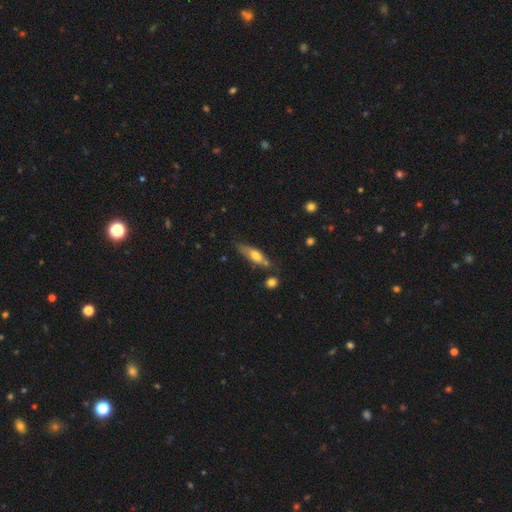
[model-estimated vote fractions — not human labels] This is possibly a smooth galaxy (57%). How rounded: possibly cigar-shaped (53%). Merging: possibly none (56%).